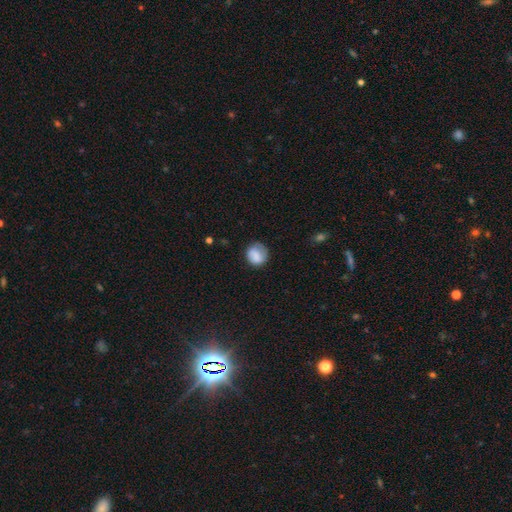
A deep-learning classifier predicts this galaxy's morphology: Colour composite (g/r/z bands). It shows a smooth galaxy with no disk features (82%) that is round (81%). Merging: none (68%).